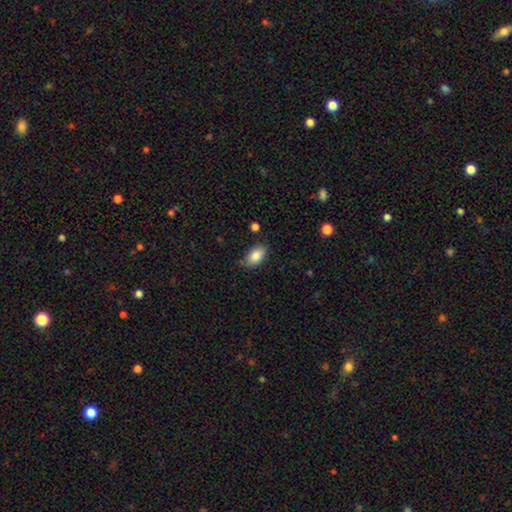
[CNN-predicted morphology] This is clearly a smooth galaxy (86%). How rounded: clearly in between (92%). Merging: likely none (76%).